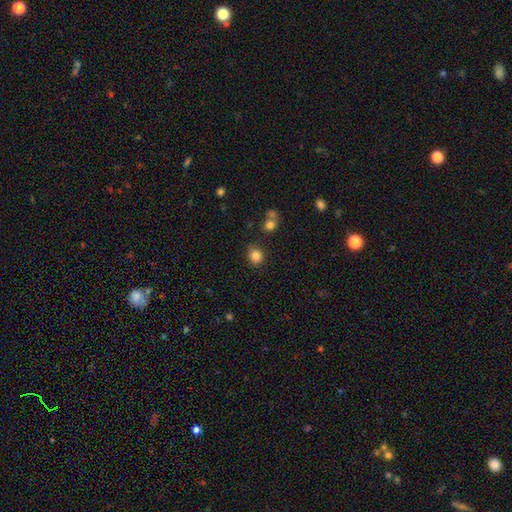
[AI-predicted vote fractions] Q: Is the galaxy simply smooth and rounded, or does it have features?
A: smooth — 84%.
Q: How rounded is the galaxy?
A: round — 76%.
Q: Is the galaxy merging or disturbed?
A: none — 82%.